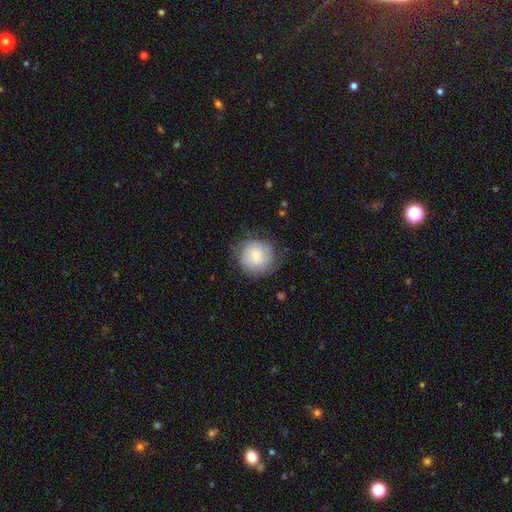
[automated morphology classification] The model was most divided on "smooth or featured": smooth: 65%, featured or disk: 27%, star or artifact: 8%. More confident: how rounded — round (92%); merging — none (71%).